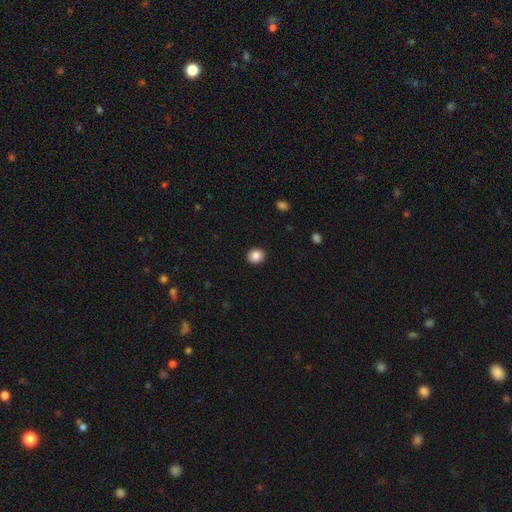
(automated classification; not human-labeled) The model was most divided on "how rounded": round: 77%, in between: 22%, cigar-shaped: 1%. More confident: merging — none (92%); smooth or featured — smooth (86%).